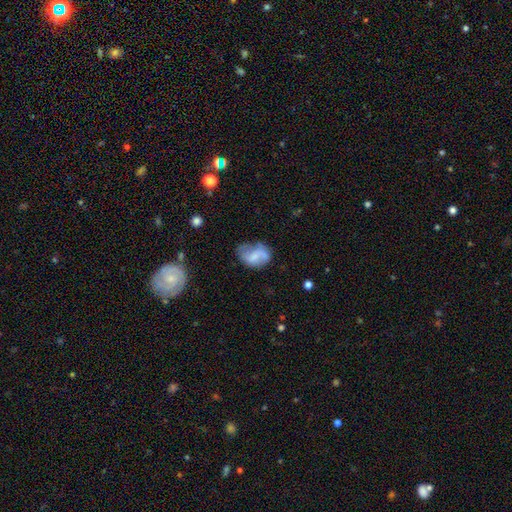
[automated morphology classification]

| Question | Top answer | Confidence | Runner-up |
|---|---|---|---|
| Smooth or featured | smooth | 53% | featured or disk (39%) |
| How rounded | in between | 80% | round (19%) |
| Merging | none | 43% | minor disturbance (32%) |